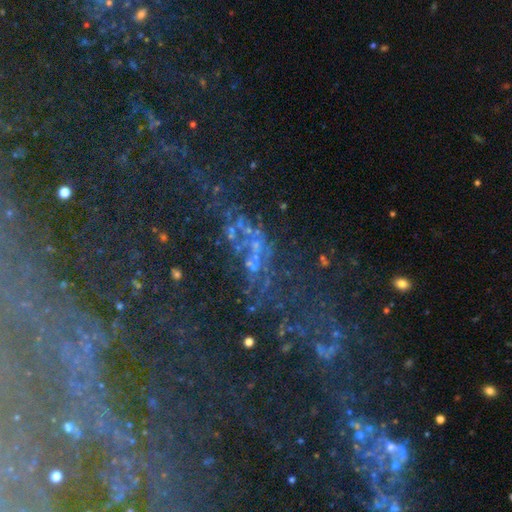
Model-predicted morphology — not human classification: Smooth or featured? star or artifact (51%)